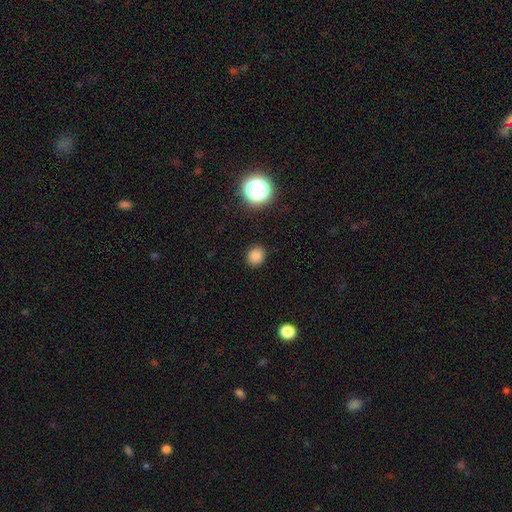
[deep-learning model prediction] Smooth or featured? smooth (82%)
How rounded? round (79%)
Merging? none (89%)